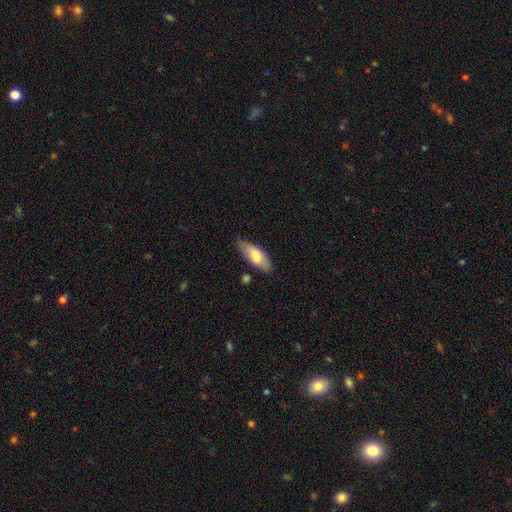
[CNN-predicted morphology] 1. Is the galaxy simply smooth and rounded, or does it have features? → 73% smooth, 21% featured or disk, 6% star or artifact.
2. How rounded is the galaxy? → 76% in between, 22% cigar-shaped, 2% round.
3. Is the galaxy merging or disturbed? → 74% none, 20% minor disturbance, 3% major disturbance, 3% merger.